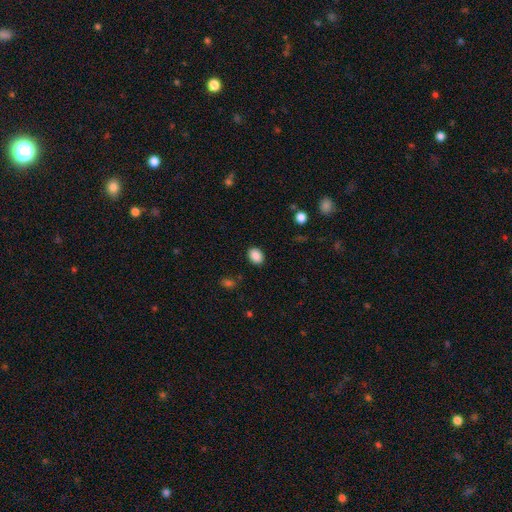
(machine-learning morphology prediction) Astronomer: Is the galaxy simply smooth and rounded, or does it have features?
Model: smooth — 89%.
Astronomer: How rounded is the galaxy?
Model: in between — 66%.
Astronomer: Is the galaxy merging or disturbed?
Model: none — 88%.